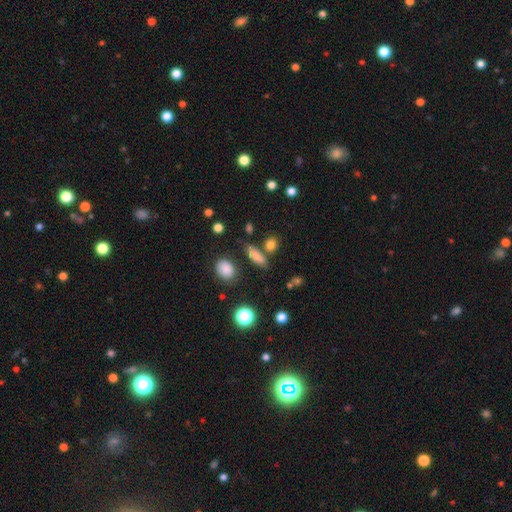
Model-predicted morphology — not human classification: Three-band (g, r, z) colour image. It shows a smooth galaxy with no disk features (76%) that is in between round and cigar-shaped (54%). Merging: none (71%).